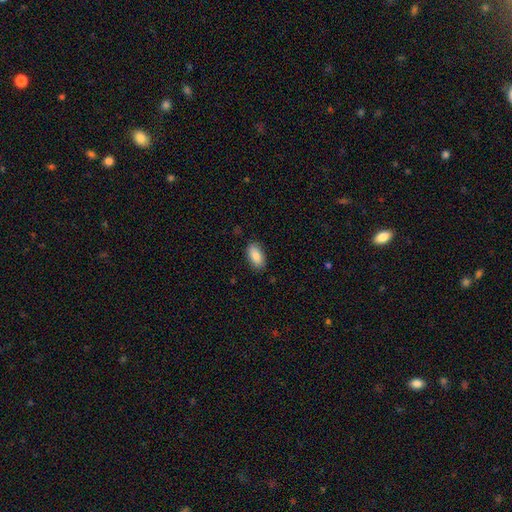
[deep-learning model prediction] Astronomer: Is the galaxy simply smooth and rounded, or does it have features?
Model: smooth — 86%.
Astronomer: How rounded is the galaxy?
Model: in between — 92%.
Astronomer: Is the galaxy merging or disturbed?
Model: none — 85%.